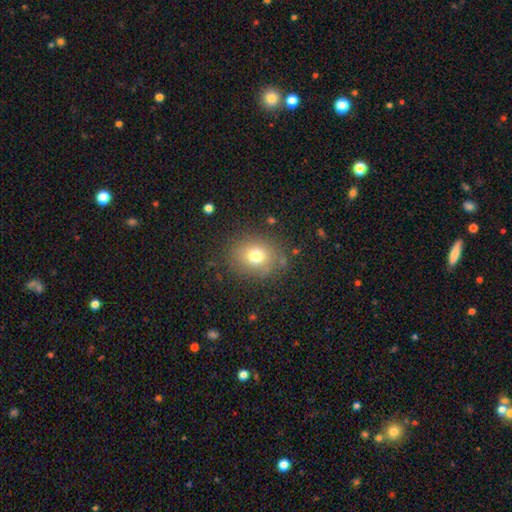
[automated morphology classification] This appears to be a smooth galaxy with no disk features (74%) that is round (70%). Merging: none (82%).